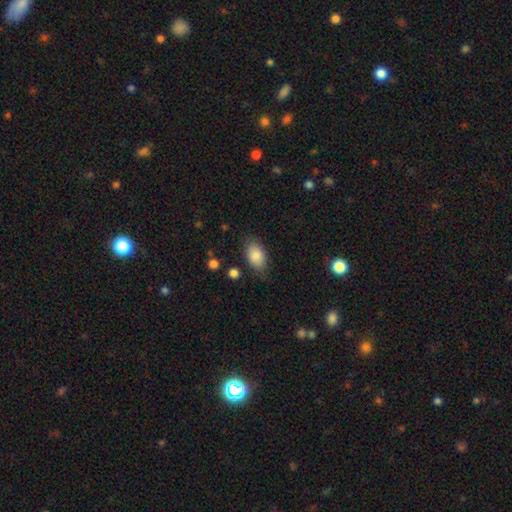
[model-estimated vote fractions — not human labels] smooth 86%, star or artifact 7%, featured or disk 7%. Down the decision tree: how rounded — in between (90%); merging — none (74%).